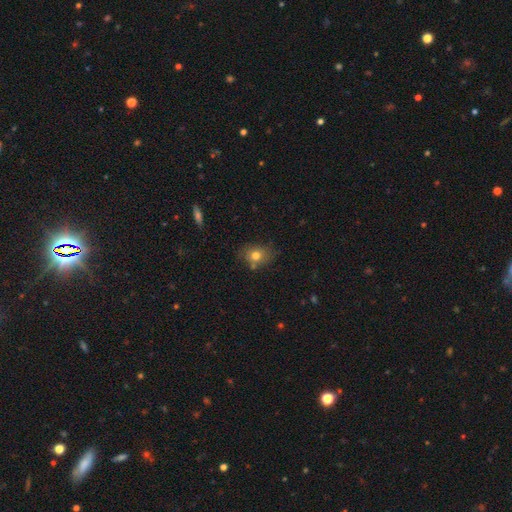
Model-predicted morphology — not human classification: The model was most divided on "how rounded": in between: 54%, round: 45%, cigar-shaped: 1%. More confident: smooth or featured — smooth (76%); merging — none (67%).